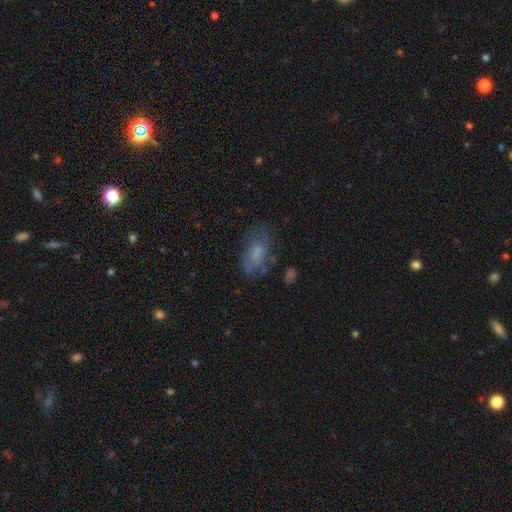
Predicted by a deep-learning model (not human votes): smooth 62%, featured or disk 27%, star or artifact 11%. Down the decision tree: how rounded — in between (89%); merging — none (59%).